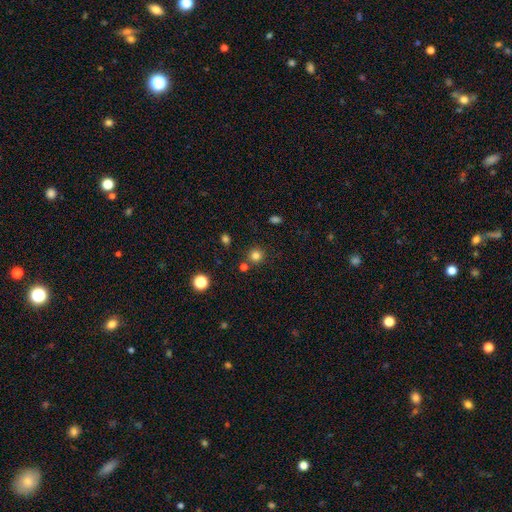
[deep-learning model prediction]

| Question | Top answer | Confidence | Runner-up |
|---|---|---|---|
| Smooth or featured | smooth | 79% | star or artifact (15%) |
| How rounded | round | 93% | in between (6%) |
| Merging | none | 82% | merger (8%) |